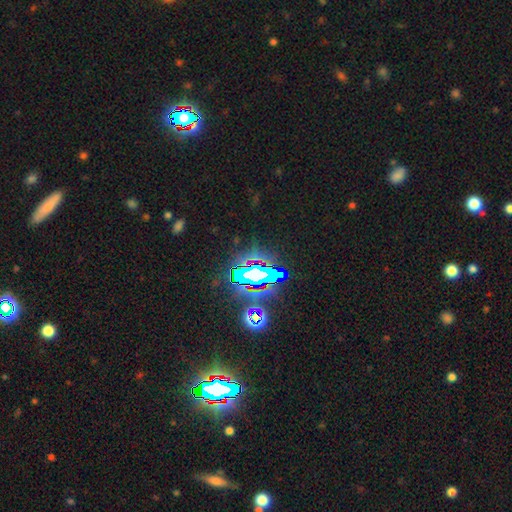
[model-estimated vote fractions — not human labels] smooth-or-featured: star or artifact: 75% | smooth: 15% | featured or disk: 10%